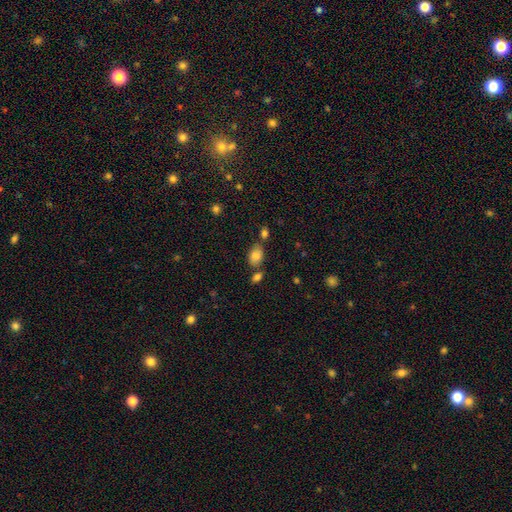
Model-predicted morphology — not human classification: A smooth galaxy with no disk features (82%) that is in between round and cigar-shaped (82%). Merging: none (63%).